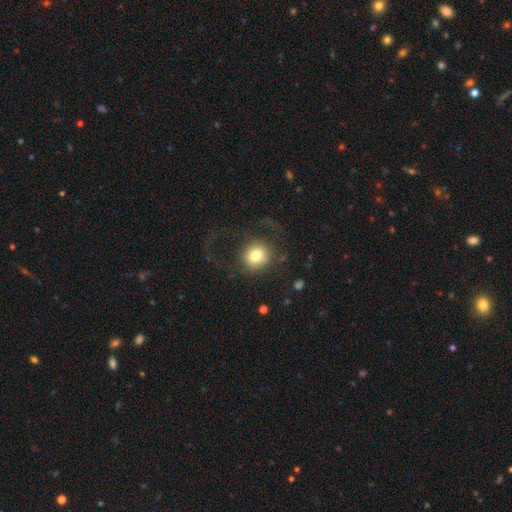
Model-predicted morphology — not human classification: Smooth or featured? smooth (71%)
How rounded? round (89%)
Merging? none (53%)